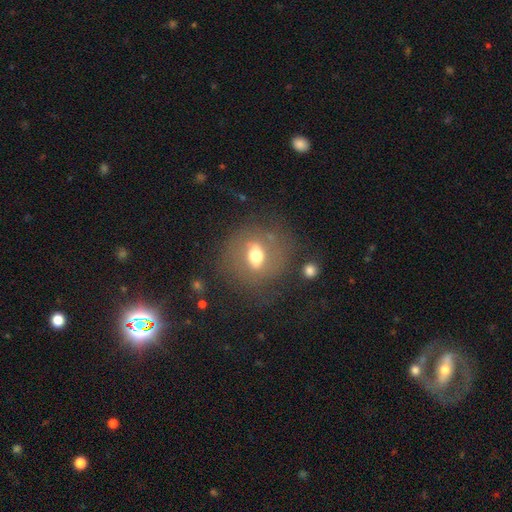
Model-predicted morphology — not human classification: This is possibly a featured or disk galaxy (46%). Merging: likely none (71%).